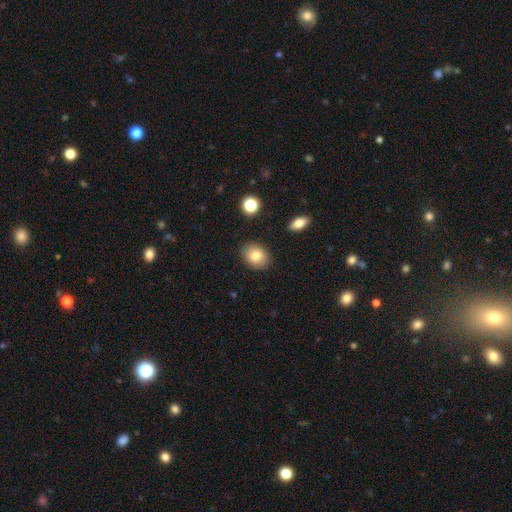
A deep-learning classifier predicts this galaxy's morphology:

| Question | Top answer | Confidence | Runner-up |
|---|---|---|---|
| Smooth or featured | smooth | 81% | featured or disk (10%) |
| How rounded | in between | 60% | round (38%) |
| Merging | none | 87% | minor disturbance (9%) |